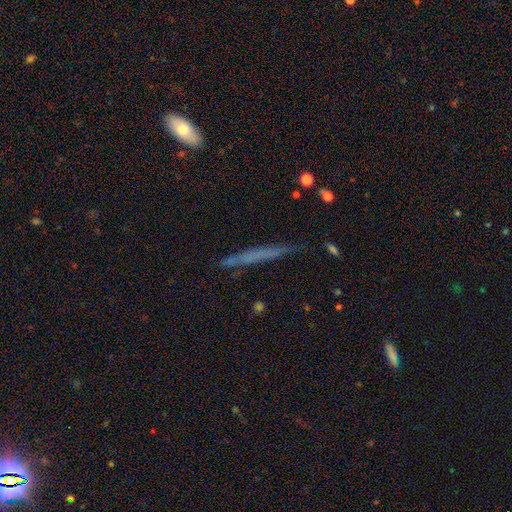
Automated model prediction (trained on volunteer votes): Smooth or featured? Predicted: smooth (p=0.48). Merging? Predicted: none (p=0.84).